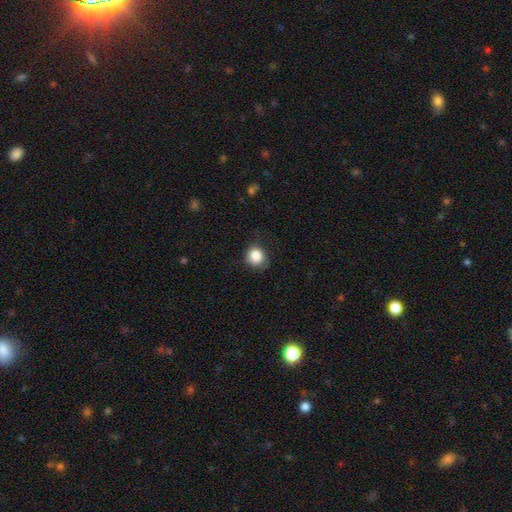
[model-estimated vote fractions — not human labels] The model was most divided on "merging": none: 73%, minor disturbance: 21%, major disturbance: 5%, merger: 1%. More confident: smooth or featured — smooth (85%); how rounded — round (83%).